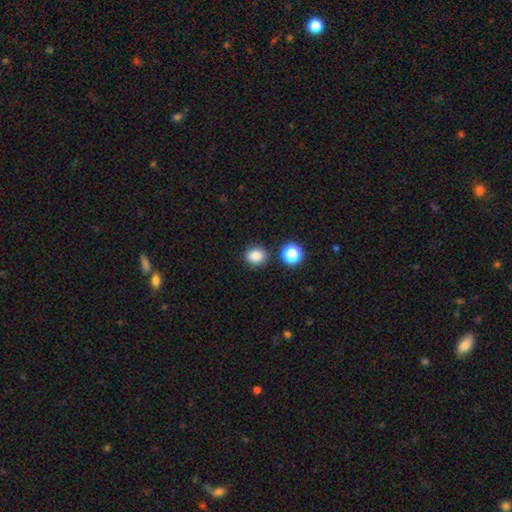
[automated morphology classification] A smooth galaxy with no disk features (84%) that is round (74%). Merging: none (84%).